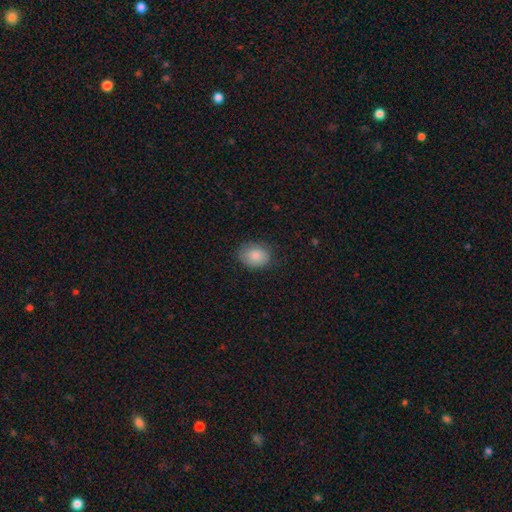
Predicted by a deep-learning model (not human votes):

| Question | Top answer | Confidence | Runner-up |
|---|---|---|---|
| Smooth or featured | smooth | 86% | star or artifact (8%) |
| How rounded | in between | 62% | round (37%) |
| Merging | none | 79% | minor disturbance (16%) |